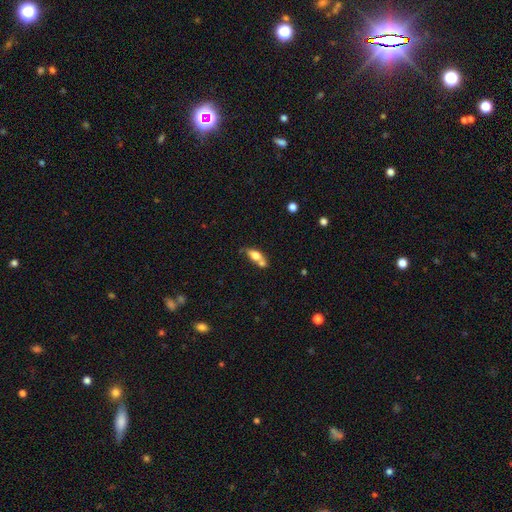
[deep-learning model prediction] smooth-or-featured: smooth: 66% | featured or disk: 25% | star or artifact: 8%
  how-rounded: in between: 78% | cigar-shaped: 15% | round: 7%
  merging: merger: 41% | none: 39% | minor disturbance: 14% | major disturbance: 5%